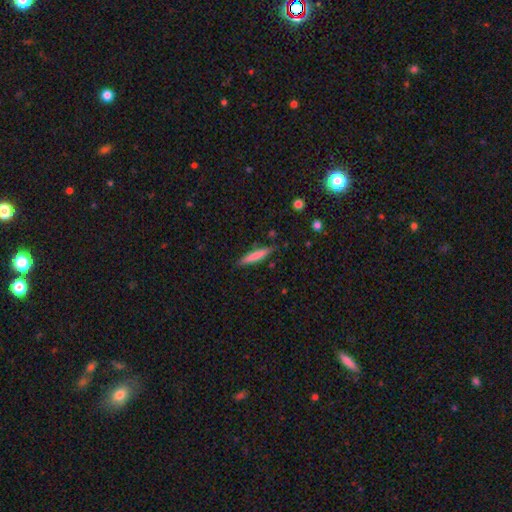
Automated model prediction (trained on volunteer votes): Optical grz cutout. It shows a smooth galaxy with no disk features (71%) that is cigar-shaped (89%). Merging: none (83%).